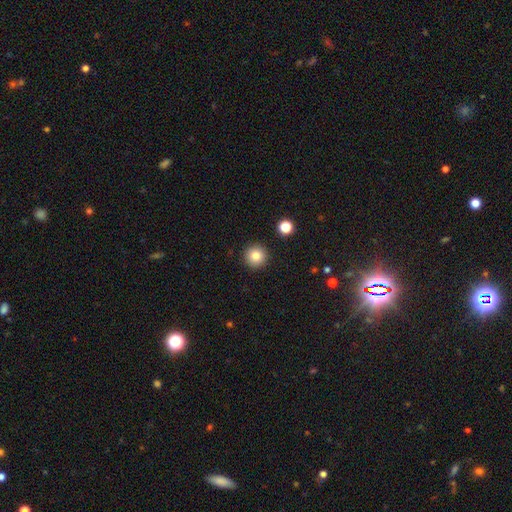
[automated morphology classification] The model was most divided on "smooth or featured": smooth: 83%, star or artifact: 11%, featured or disk: 6%. More confident: how rounded — round (96%); merging — none (92%).